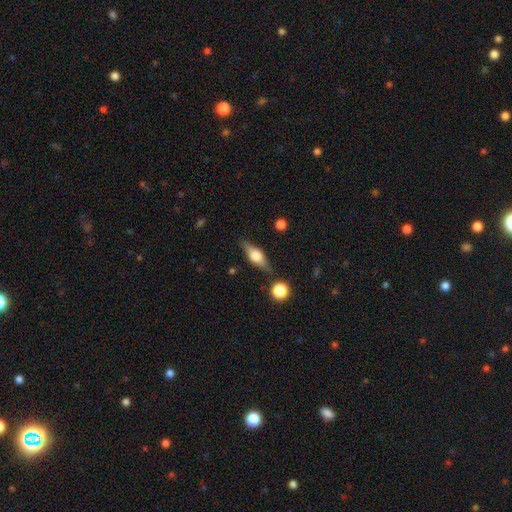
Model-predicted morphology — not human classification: Q: Smooth or featured?
A: featured or disk (52%); runner-up: smooth (41%)
Q: Edge-on disk?
A: yes (91%); runner-up: no (9%)
Q: Merging?
A: none (81%); runner-up: minor disturbance (12%)